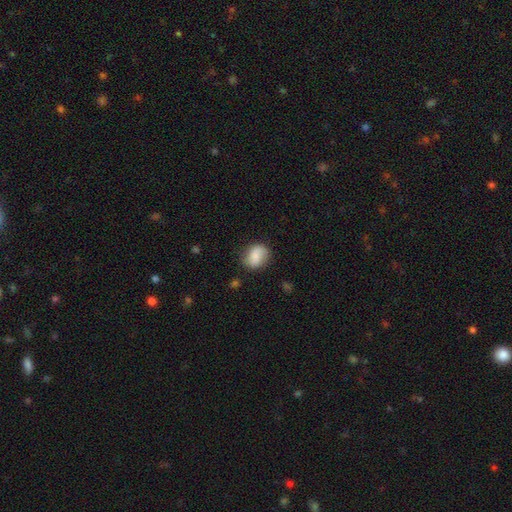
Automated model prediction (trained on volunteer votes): smooth-or-featured: smooth: 75% | featured or disk: 17% | star or artifact: 8%
  how-rounded: round: 53% | in between: 46% | cigar-shaped: 1%
  merging: none: 73% | minor disturbance: 19% | major disturbance: 6% | merger: 2%